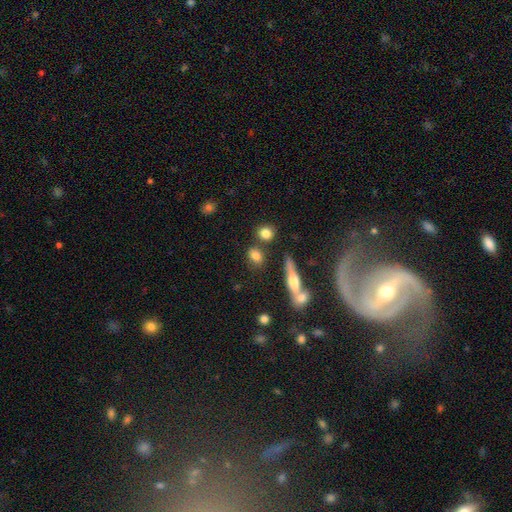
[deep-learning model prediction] This is likely a smooth galaxy (80%). How rounded: possibly in between (47%). Merging: likely none (71%).